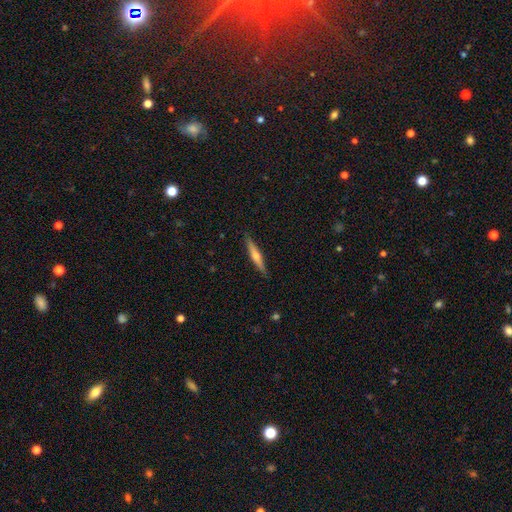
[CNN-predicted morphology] This appears to be a featured or disk galaxy (59%) viewed edge-on (97%) with a rounded central bulge (84%). Merging: none (90%).